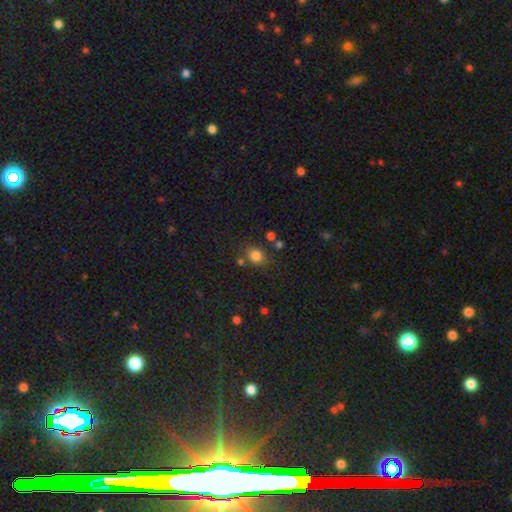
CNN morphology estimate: This appears to be a smooth galaxy with no disk features (80%) that is round (63%). Merging: none (73%).